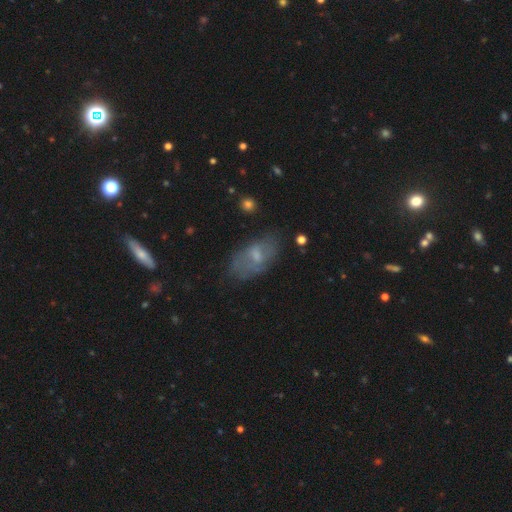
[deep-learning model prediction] Overall: smooth (49%; featured or disk 41%). Merging: none (57%; minor disturbance 26%).